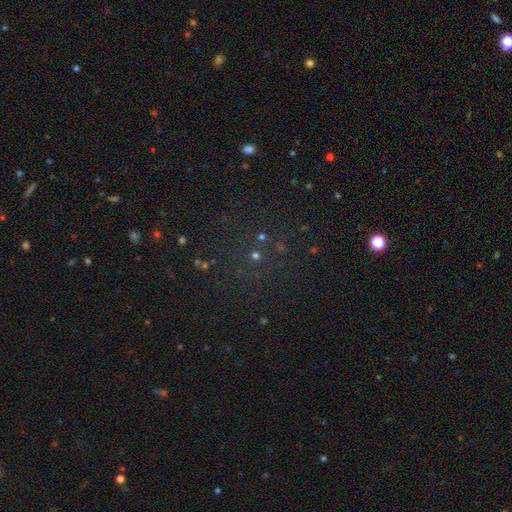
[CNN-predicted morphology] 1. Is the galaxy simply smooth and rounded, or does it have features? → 49% star or artifact, 42% smooth, 9% featured or disk.